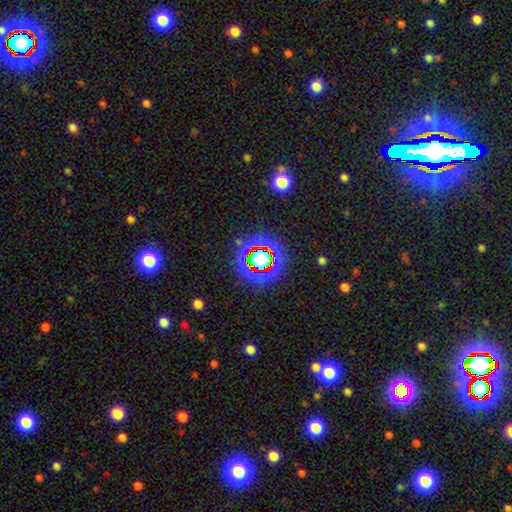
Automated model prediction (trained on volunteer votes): Smooth or featured? star or artifact (70%)